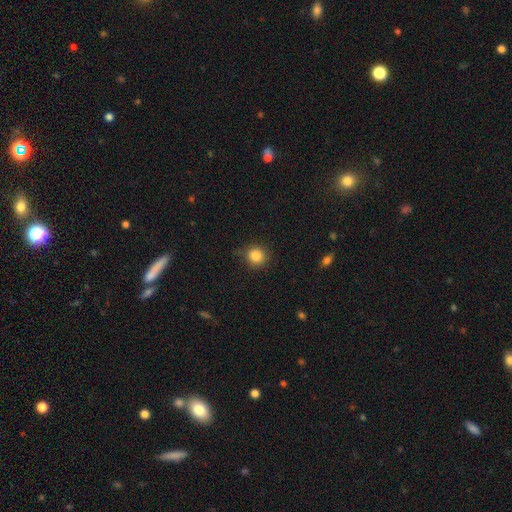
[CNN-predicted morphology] This appears to be a smooth galaxy with no disk features (86%) that is round (89%). Merging: none (84%).